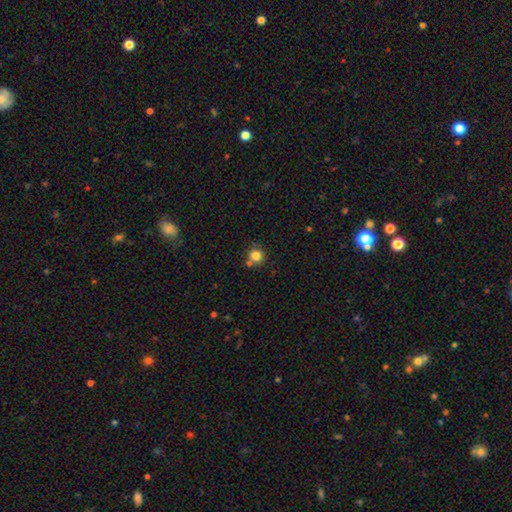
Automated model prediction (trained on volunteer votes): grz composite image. It shows a smooth galaxy with no disk features (82%) that is round (93%). Merging: none (69%).